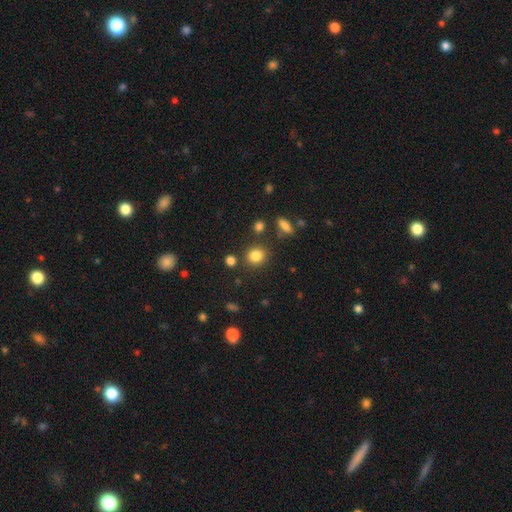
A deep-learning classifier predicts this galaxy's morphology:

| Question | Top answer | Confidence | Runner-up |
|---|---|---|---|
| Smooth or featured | smooth | 83% | star or artifact (12%) |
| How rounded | round | 78% | in between (21%) |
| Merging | none | 82% | minor disturbance (9%) |